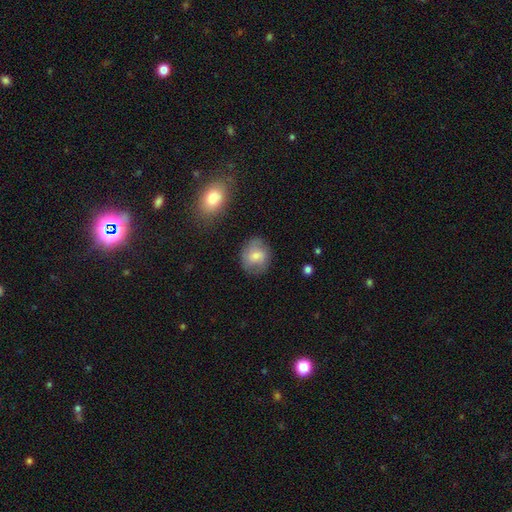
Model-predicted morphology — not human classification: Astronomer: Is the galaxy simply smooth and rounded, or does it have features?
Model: smooth — 61%.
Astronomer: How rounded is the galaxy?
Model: round — 69%.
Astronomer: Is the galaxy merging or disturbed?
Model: none — 75%.